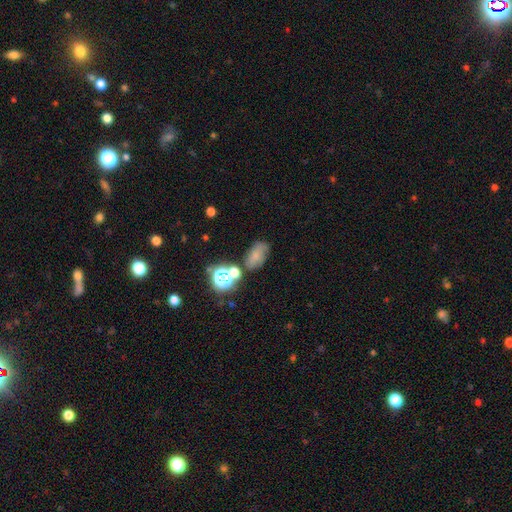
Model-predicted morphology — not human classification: A smooth galaxy with no disk features (57%) that is in between round and cigar-shaped (76%). Merging: none (57%).